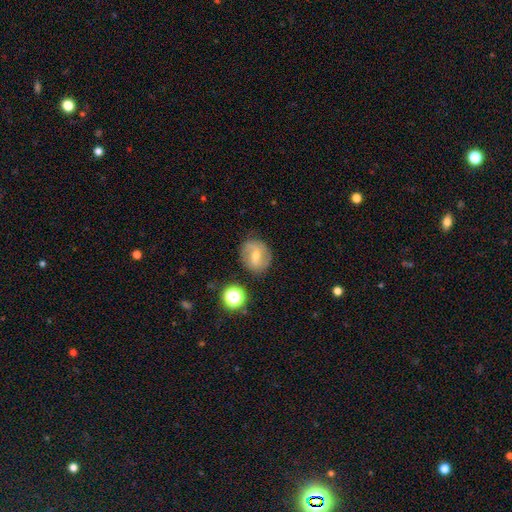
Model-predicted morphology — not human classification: featured or disk 56%, smooth 33%, star or artifact 10%. Down the decision tree: edge-on disk — no (96%); bar — weak (51%); spiral arms — yes (83%); bulge size — moderate (50%); merging — none (79%).